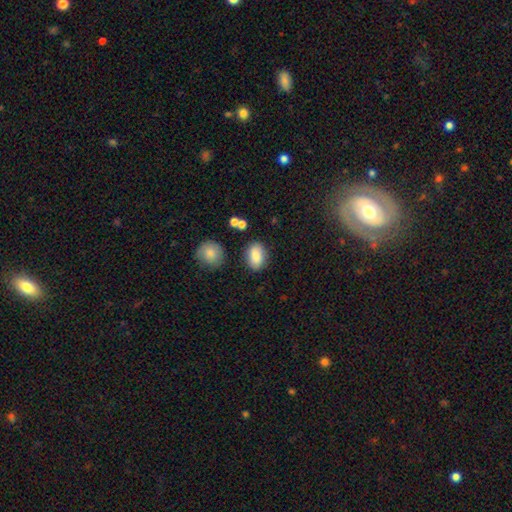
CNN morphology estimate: A smooth galaxy with no disk features (85%) that is in between round and cigar-shaped (82%).

Vote fractions:
- Smooth or featured? smooth: 85% / star or artifact: 8% / featured or disk: 7%
- How rounded? in between: 82% / round: 16% / cigar-shaped: 2%
- Merging? none: 82% / minor disturbance: 12% / merger: 4% / major disturbance: 3%